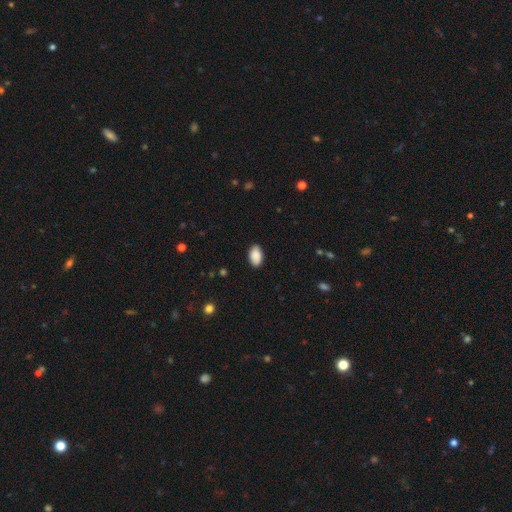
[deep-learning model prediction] A smooth galaxy with no disk features (89%) that is in between round and cigar-shaped (93%).

Vote fractions:
- Smooth or featured? smooth: 89% / star or artifact: 6% / featured or disk: 5%
- How rounded? in between: 93% / round: 5% / cigar-shaped: 1%
- Merging? none: 87% / minor disturbance: 10% / major disturbance: 2% / merger: 1%